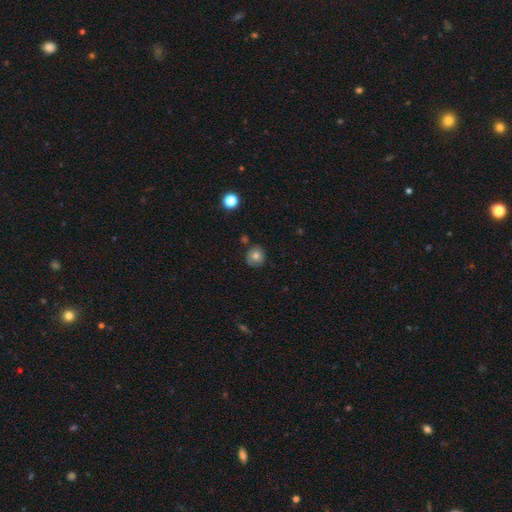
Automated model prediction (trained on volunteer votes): Morphology: type=smooth (70%); roundness=round (85%); merging=none (78%).